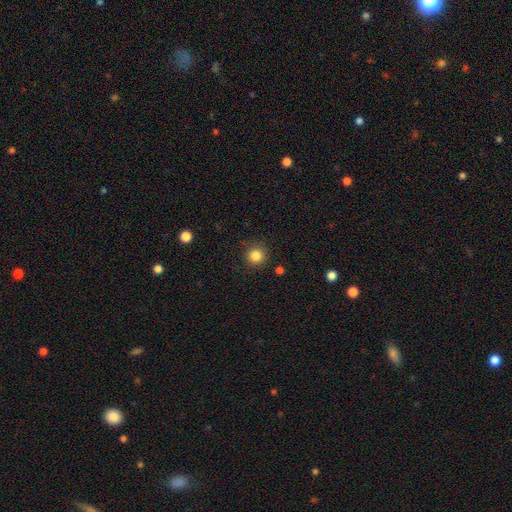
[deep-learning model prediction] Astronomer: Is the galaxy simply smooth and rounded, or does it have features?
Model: smooth — 85%.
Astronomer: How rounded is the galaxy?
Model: round — 93%.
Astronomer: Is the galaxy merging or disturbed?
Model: none — 87%.